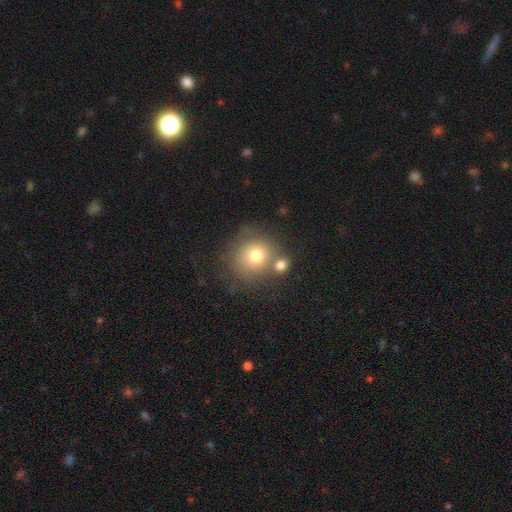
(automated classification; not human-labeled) Overall: smooth (75%). How rounded: round (87%). Merging: none (54%; merger 24%).